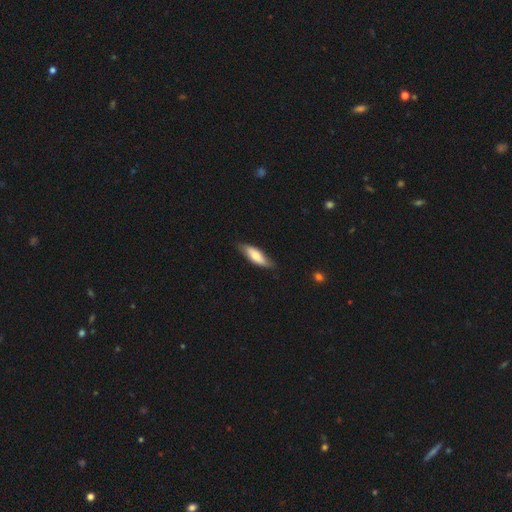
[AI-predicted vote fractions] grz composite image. It shows a smooth galaxy with no disk features (70%) that is in between round and cigar-shaped (53%). Merging: none (79%).